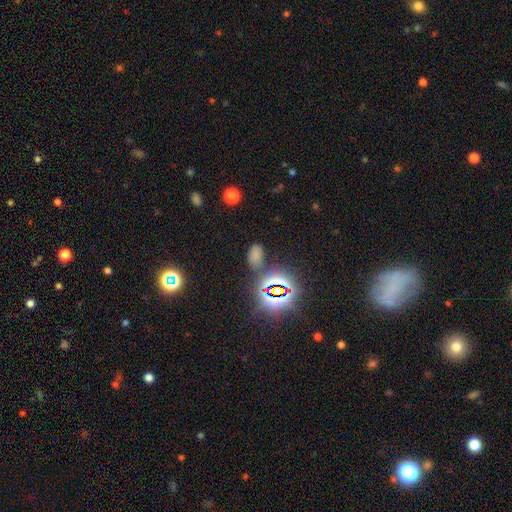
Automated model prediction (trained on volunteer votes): Smooth or featured? smooth (56%)
How rounded? in between (90%)
Merging? none (71%)